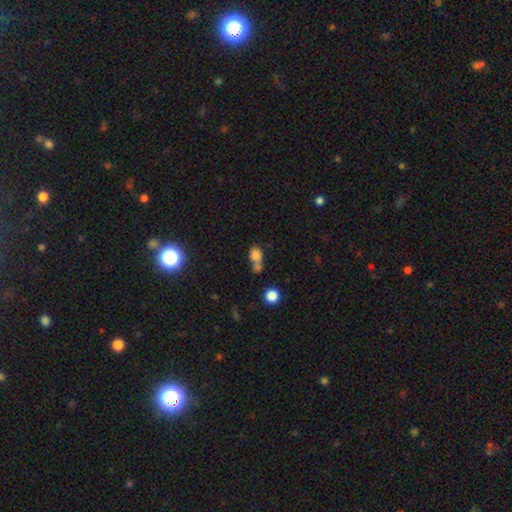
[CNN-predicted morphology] A smooth galaxy with no disk features (76%) that is in between round and cigar-shaped (60%). Merging: merger (46%).